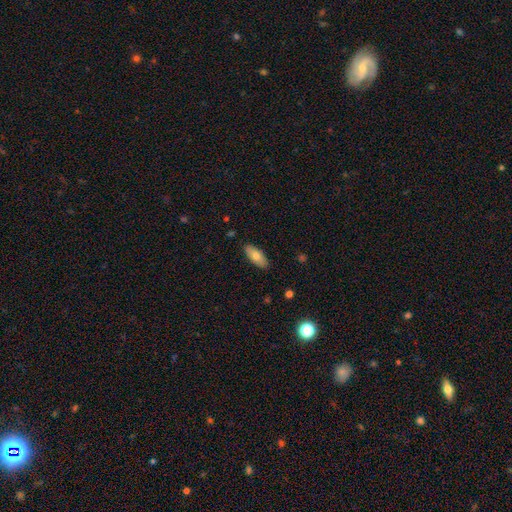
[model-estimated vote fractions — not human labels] smooth 74%, featured or disk 19%, star or artifact 6%. Down the decision tree: how rounded — in between (80%); merging — none (88%).